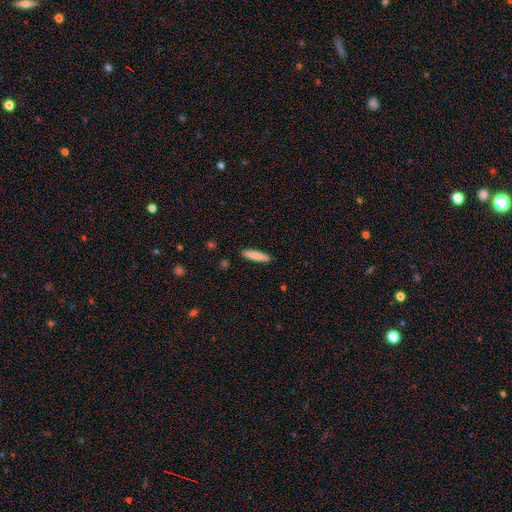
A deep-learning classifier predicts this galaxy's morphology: The model was most divided on "how rounded": cigar-shaped: 84%, in between: 15%, round: 1%. More confident: merging — none (91%); smooth or featured — smooth (85%).